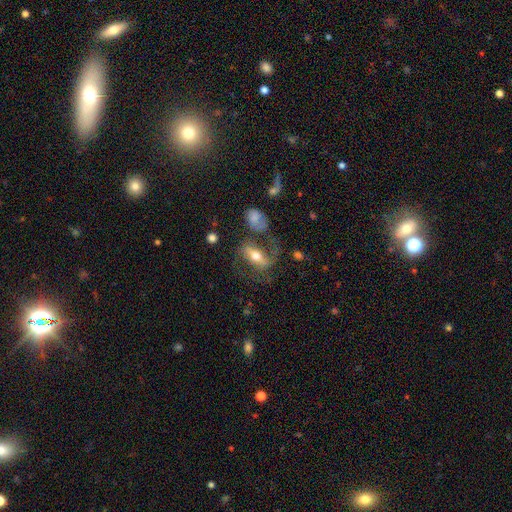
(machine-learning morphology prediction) featured or disk 65%, smooth 27%, star or artifact 8%. Down the decision tree: edge-on disk — no (81%); bar — strong (55%); spiral arms — yes (73%); bulge size — moderate (70%); merging — none (53%).